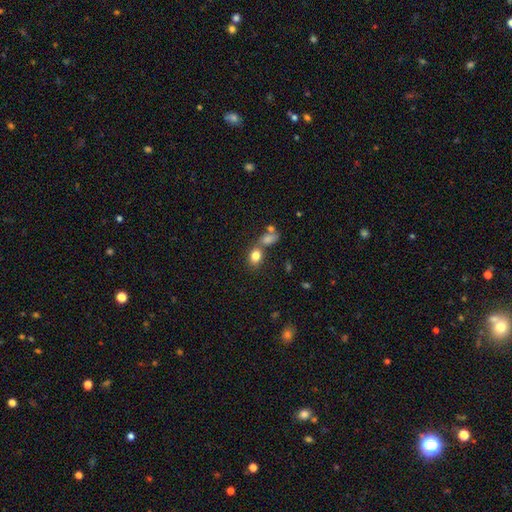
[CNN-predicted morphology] Smooth or featured?
  - smooth: 81% *
  - star or artifact: 11%
  - featured or disk: 8%
How rounded?
  - in between: 63% *
  - round: 36%
  - cigar-shaped: 2%
Merging?
  - none: 50% *
  - merger: 32%
  - minor disturbance: 12%
  - major disturbance: 6%